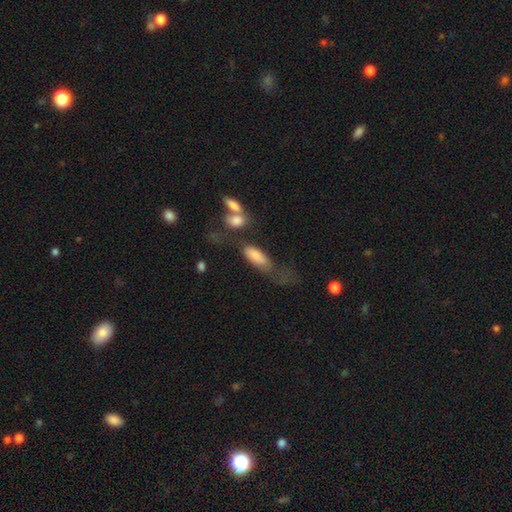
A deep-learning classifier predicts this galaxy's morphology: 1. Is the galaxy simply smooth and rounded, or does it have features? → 79% smooth, 13% featured or disk, 7% star or artifact.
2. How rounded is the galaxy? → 73% in between, 24% cigar-shaped, 3% round.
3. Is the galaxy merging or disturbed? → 34% none, 24% major disturbance, 21% merger, 21% minor disturbance.